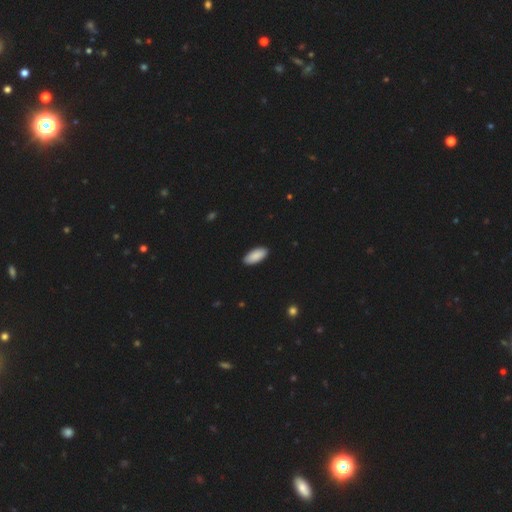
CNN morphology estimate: The model was most divided on "how rounded": in between: 90%, cigar-shaped: 8%, round: 2%. More confident: merging — none (90%); smooth or featured — smooth (90%).